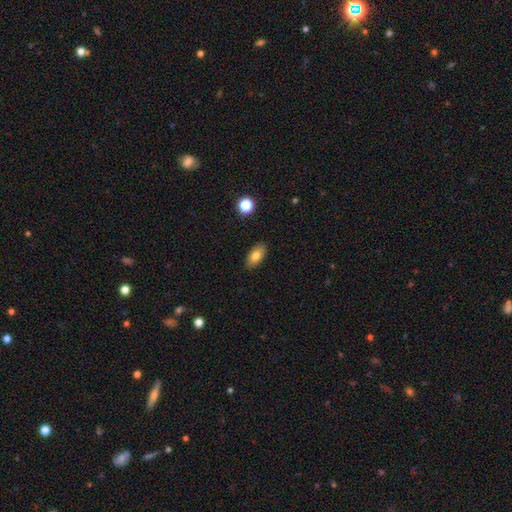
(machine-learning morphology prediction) A smooth galaxy with no disk features (79%) that is in between round and cigar-shaped (91%). Merging: none (88%).